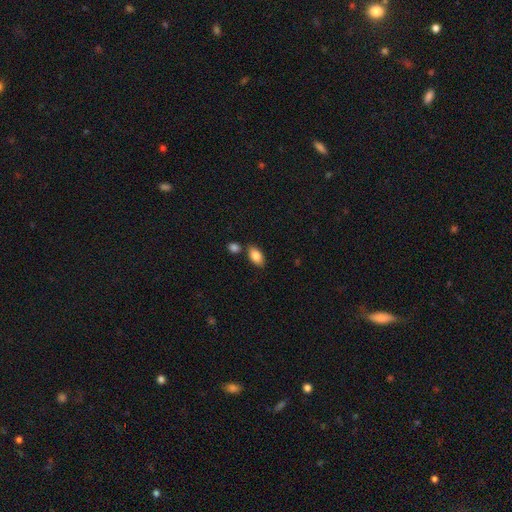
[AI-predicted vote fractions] Smooth or featured? Predicted: smooth (p=0.85). How rounded? Predicted: in between (p=0.92). Merging? Predicted: none (p=0.75).